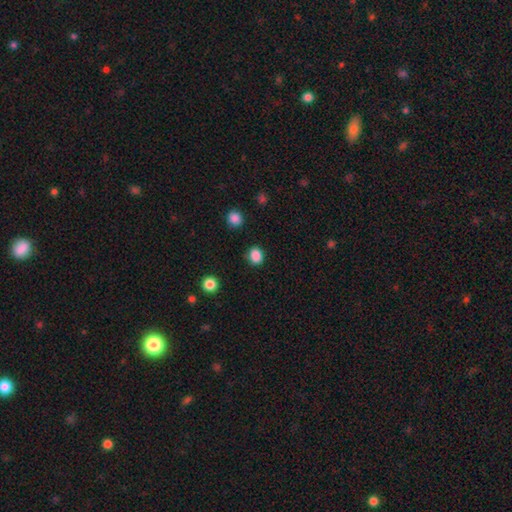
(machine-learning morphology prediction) smooth 87%, star or artifact 10%, featured or disk 3%. Down the decision tree: how rounded — round (62%); merging — none (87%).